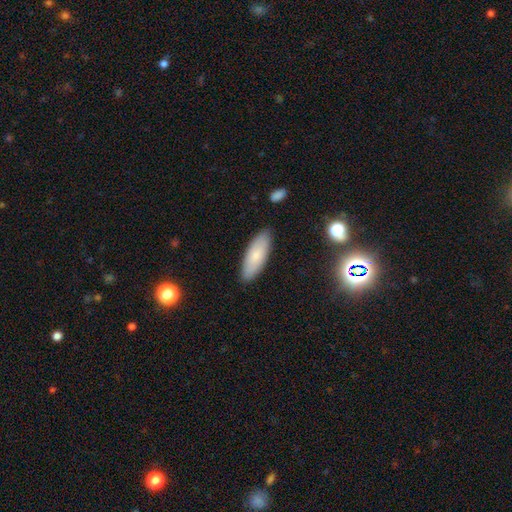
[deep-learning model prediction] This is likely a smooth galaxy (76%). How rounded: likely in between (69%). Merging: clearly none (86%).